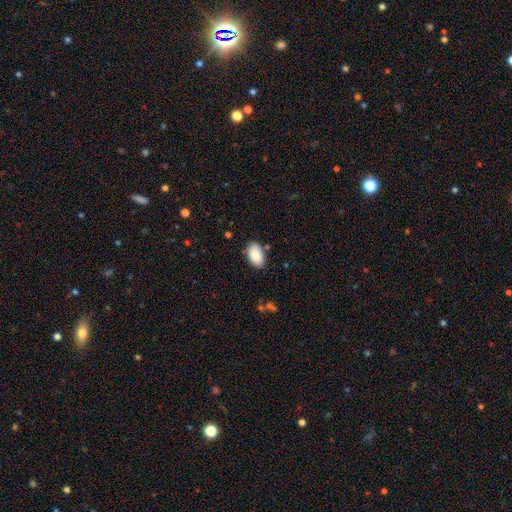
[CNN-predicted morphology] Smooth or featured?
  - smooth: 86% *
  - featured or disk: 8%
  - star or artifact: 7%
How rounded?
  - in between: 94% *
  - round: 5%
  - cigar-shaped: 1%
Merging?
  - none: 81% *
  - minor disturbance: 13%
  - merger: 3%
  - major disturbance: 3%